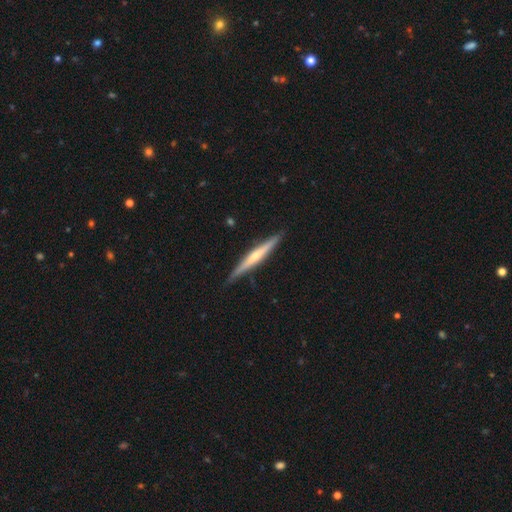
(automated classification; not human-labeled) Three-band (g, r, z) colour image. It shows a featured or disk galaxy (60%) viewed edge-on (97%) with a rounded central bulge (56%). Merging: none (87%).